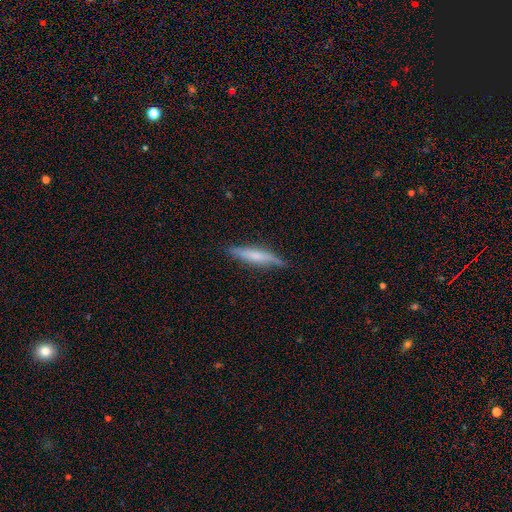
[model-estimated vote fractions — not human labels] Smooth or featured? Predicted: smooth (p=0.52). How rounded? Predicted: cigar-shaped (p=0.88). Merging? Predicted: none (p=0.77).